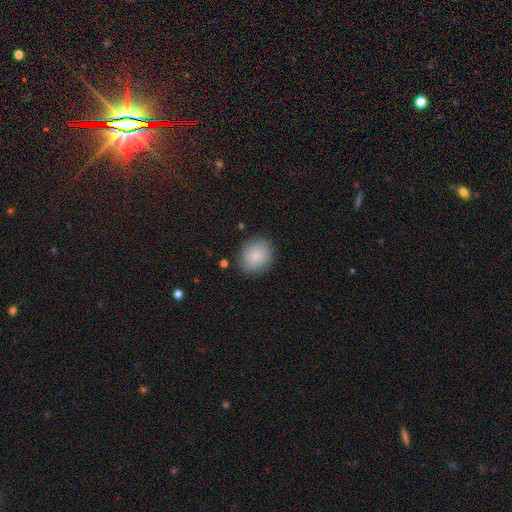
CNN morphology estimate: smooth_or_featured: smooth (p=0.86) [alt: star or artifact p=0.08]
how_rounded: round (p=0.65) [alt: in between p=0.34]
merging: none (p=0.86) [alt: minor disturbance p=0.10]